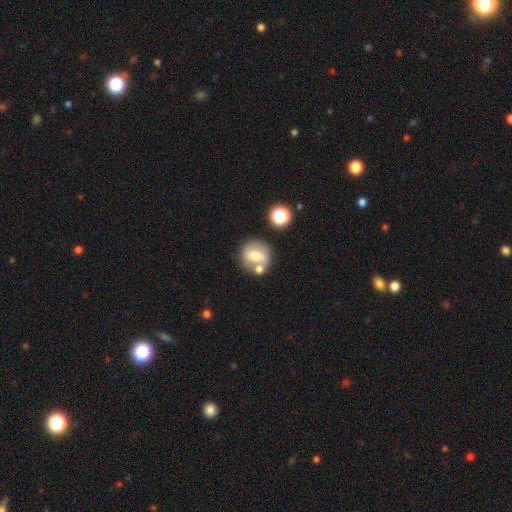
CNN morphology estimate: Smooth or featured? smooth (58%)
How rounded? round (77%)
Merging? none (52%)